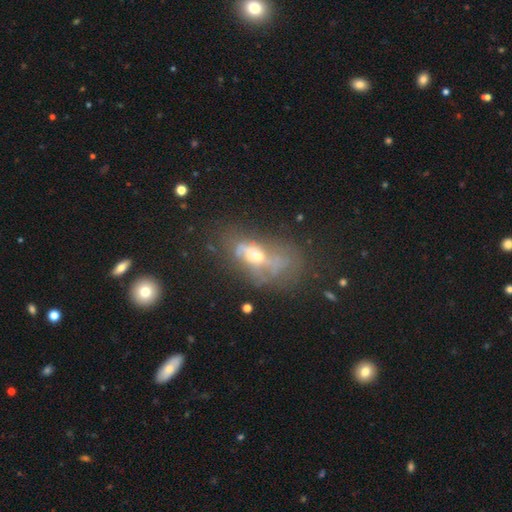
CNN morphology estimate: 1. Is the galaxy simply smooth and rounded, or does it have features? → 52% featured or disk, 34% smooth, 14% star or artifact.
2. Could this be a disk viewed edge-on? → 91% no, 9% yes.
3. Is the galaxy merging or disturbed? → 42% major disturbance, 28% none, 19% minor disturbance, 11% merger.